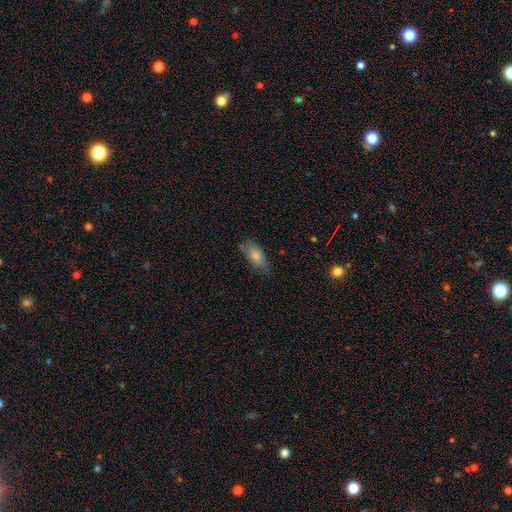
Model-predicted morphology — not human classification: A smooth galaxy with no disk features (79%) that is in between round and cigar-shaped (85%).

Vote fractions:
- Smooth or featured? smooth: 79% / featured or disk: 14% / star or artifact: 7%
- How rounded? in between: 85% / cigar-shaped: 12% / round: 3%
- Merging? none: 60% / minor disturbance: 31% / major disturbance: 7% / merger: 2%